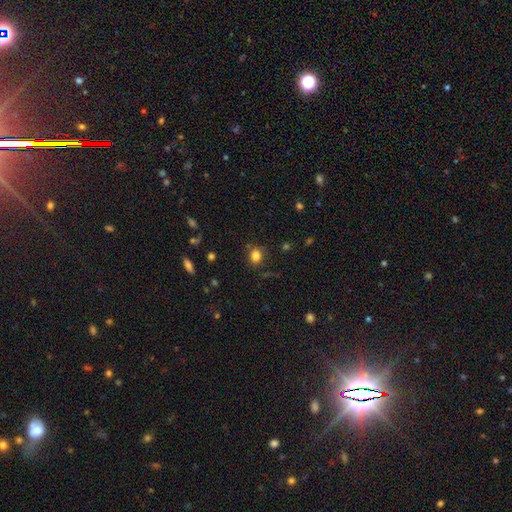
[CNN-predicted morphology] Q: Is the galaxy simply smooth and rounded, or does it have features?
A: smooth — 82%.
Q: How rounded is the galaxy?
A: round — 60%.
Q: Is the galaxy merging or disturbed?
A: none — 81%.